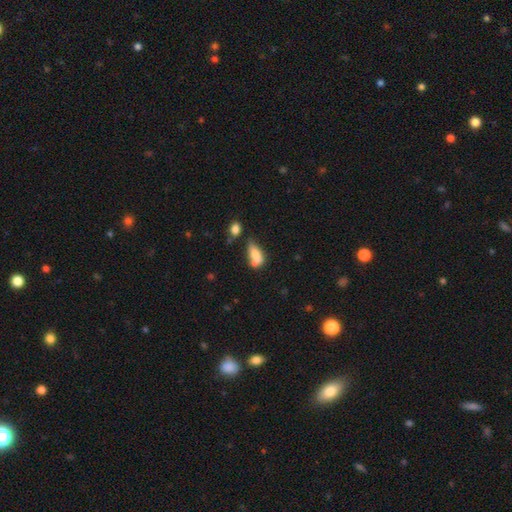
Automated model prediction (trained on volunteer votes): A smooth galaxy with no disk features (69%) that is in between round and cigar-shaped (82%).

Vote fractions:
- Smooth or featured? smooth: 69% / featured or disk: 21% / star or artifact: 10%
- How rounded? in between: 82% / cigar-shaped: 13% / round: 6%
- Merging? none: 28% / merger: 27% / minor disturbance: 26% / major disturbance: 19%